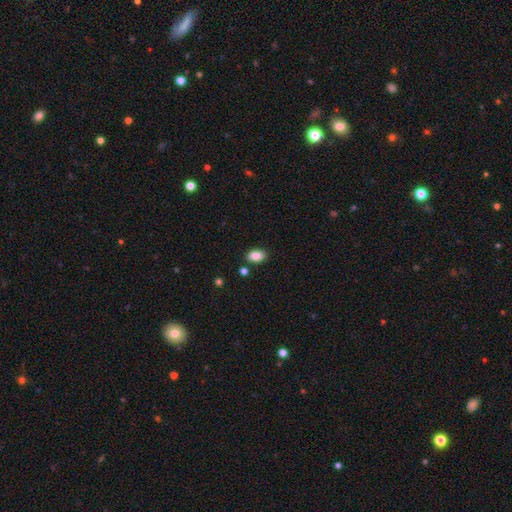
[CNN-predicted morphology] A smooth galaxy with no disk features (87%) that is in between round and cigar-shaped (87%). Merging: none (85%).